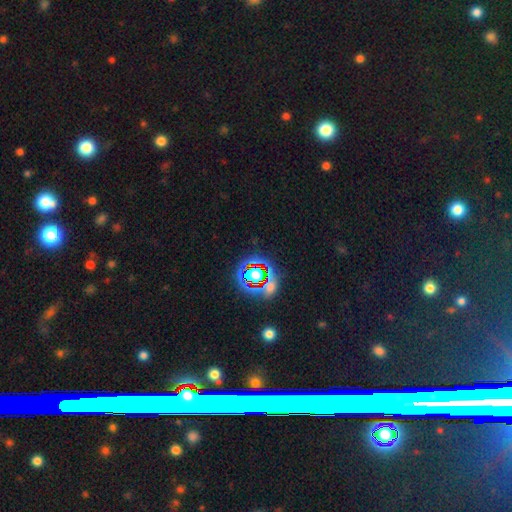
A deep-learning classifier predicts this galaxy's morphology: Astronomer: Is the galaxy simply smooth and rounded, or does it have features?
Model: star or artifact — 70%.